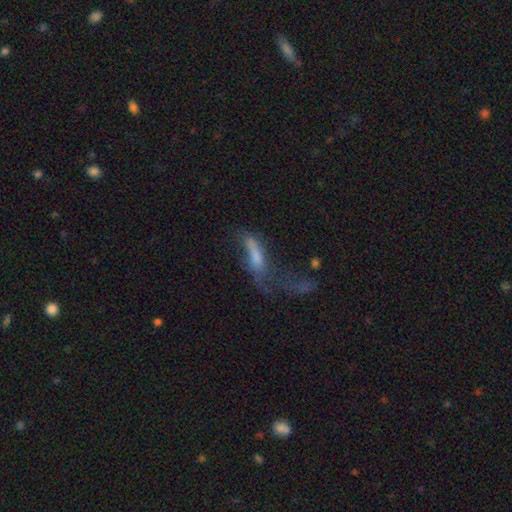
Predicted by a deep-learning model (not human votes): smooth-or-featured: smooth: 45% | featured or disk: 41% | star or artifact: 14%
  merging: major disturbance: 52% | none: 20% | minor disturbance: 15% | merger: 13%